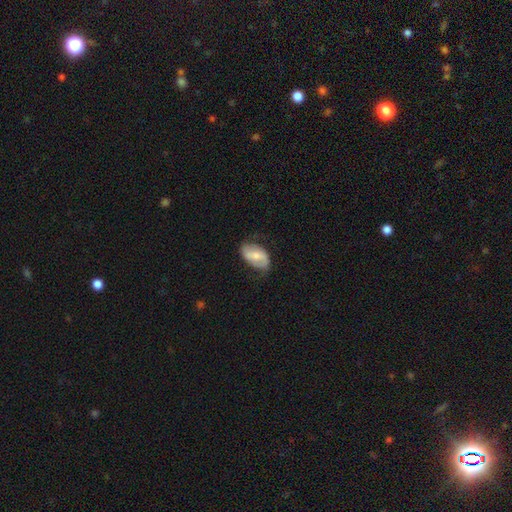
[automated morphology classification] This is possibly a featured or disk galaxy (52%). It is clearly not viewed edge-on (95%). Merging: likely none (65%).